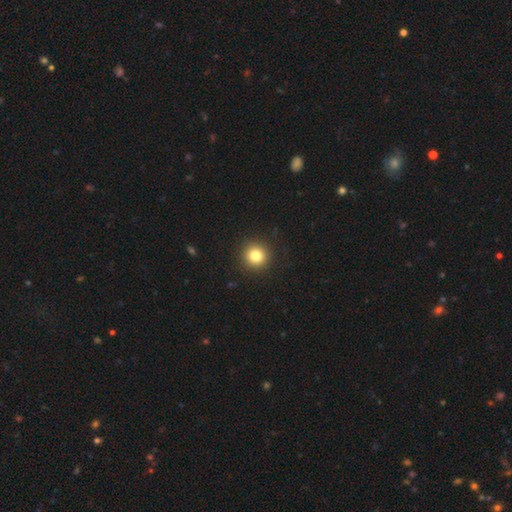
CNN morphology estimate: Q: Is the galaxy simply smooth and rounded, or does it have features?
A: smooth — 83%.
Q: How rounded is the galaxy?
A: round — 95%.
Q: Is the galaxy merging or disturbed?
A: none — 92%.